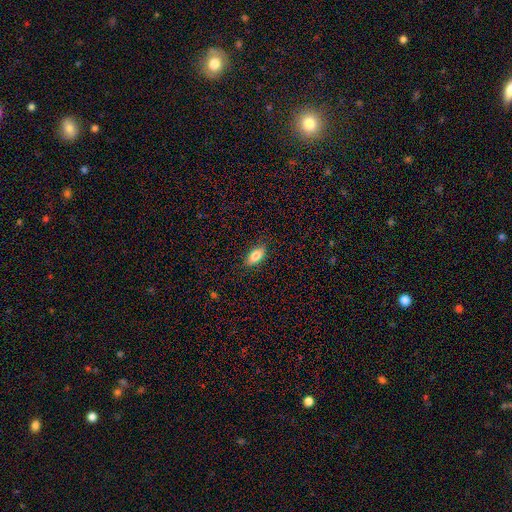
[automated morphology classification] type=smooth (81%); roundness=in between (90%); merging=none (86%).